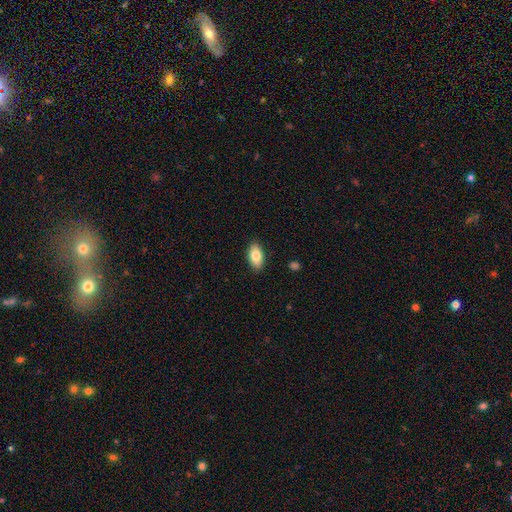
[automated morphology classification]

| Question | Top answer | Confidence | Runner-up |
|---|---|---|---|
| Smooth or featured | smooth | 81% | featured or disk (12%) |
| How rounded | in between | 93% | cigar-shaped (4%) |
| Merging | none | 89% | minor disturbance (8%) |